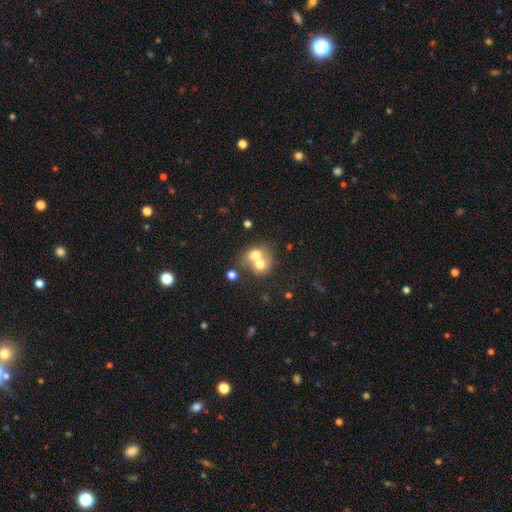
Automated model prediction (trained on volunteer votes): A smooth galaxy with no disk features (66%) that is round (62%).

Vote fractions:
- Smooth or featured? smooth: 66% / featured or disk: 24% / star or artifact: 10%
- How rounded? round: 62% / in between: 37% / cigar-shaped: 1%
- Merging? merger: 70% / none: 20% / minor disturbance: 6% / major disturbance: 4%